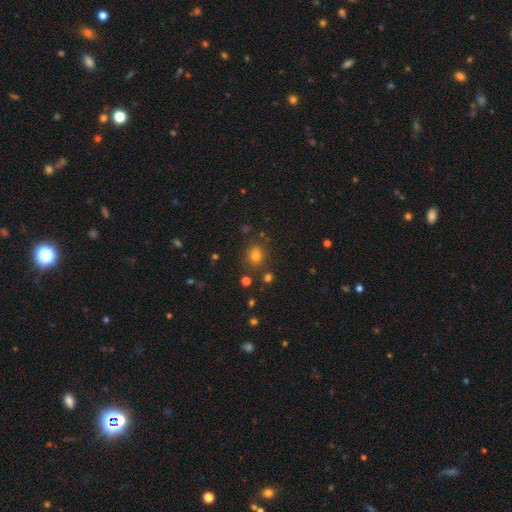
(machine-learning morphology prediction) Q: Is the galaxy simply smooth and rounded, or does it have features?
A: smooth — 75%.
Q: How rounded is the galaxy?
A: round — 71%.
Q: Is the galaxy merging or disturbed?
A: none — 79%.